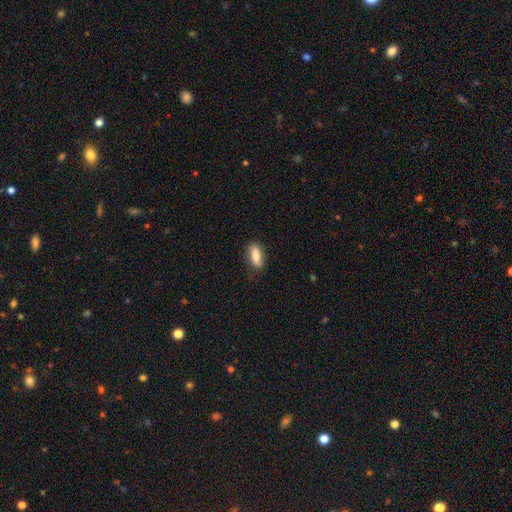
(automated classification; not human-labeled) Overall: smooth (80%). How rounded: in between (77%). Merging: none (78%).